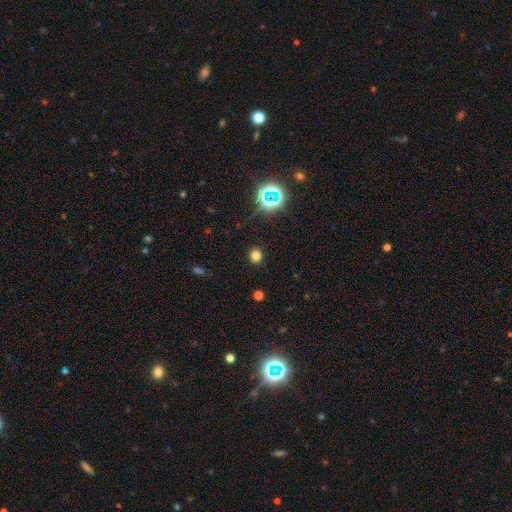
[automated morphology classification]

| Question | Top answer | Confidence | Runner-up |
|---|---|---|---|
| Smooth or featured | smooth | 73% | star or artifact (22%) |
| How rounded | round | 78% | in between (21%) |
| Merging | none | 89% | minor disturbance (7%) |